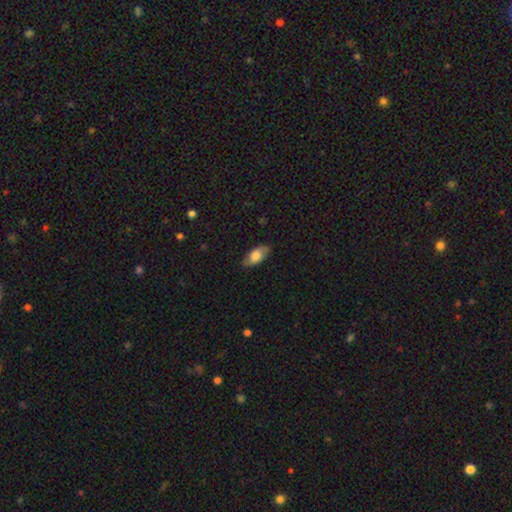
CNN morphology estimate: Overall: smooth (72%). How rounded: in between (87%). Merging: none (81%).